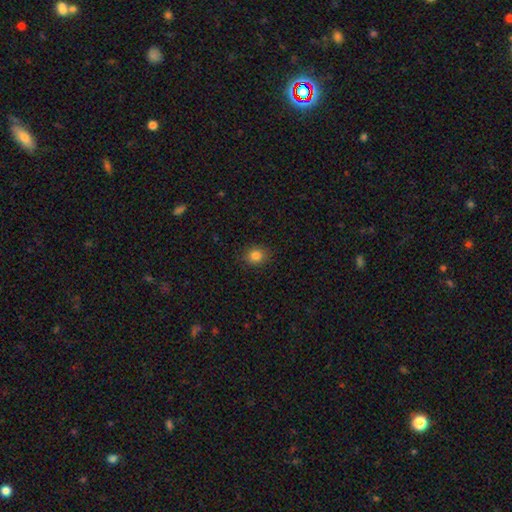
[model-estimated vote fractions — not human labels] smooth-or-featured: smooth: 83% | star or artifact: 12% | featured or disk: 5%
  how-rounded: round: 77% | in between: 23% | cigar-shaped: 1%
  merging: none: 90% | minor disturbance: 7% | major disturbance: 2% | merger: 1%